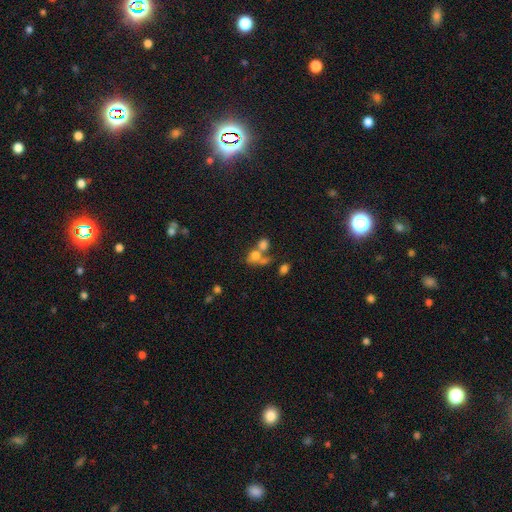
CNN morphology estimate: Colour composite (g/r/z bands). It shows a smooth galaxy with no disk features (69%) that is round (53%). Merging: merger (56%).